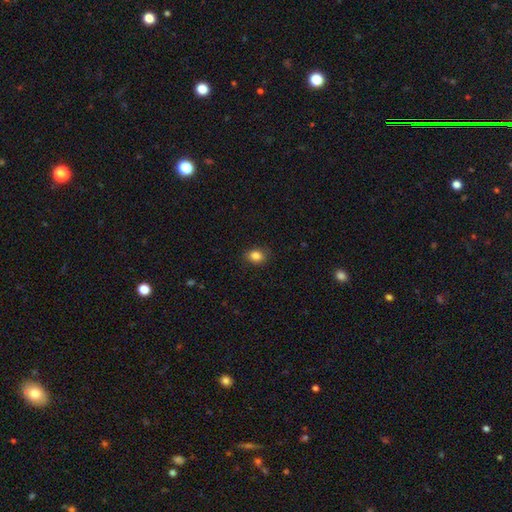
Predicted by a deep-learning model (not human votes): The model was most divided on "how rounded": in between: 58%, round: 41%, cigar-shaped: 1%. More confident: merging — none (85%); smooth or featured — smooth (85%).